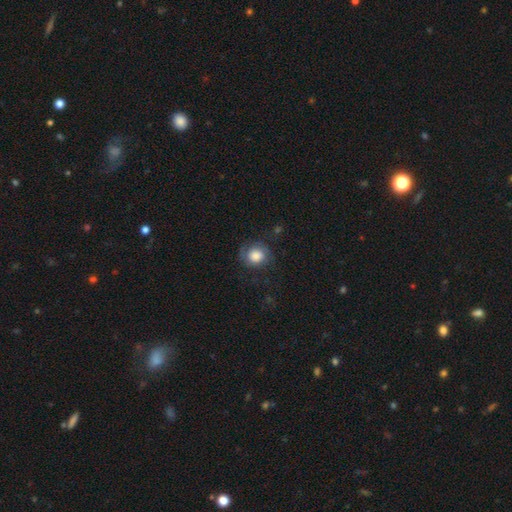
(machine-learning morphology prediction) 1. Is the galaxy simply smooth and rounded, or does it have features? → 71% smooth, 20% featured or disk, 9% star or artifact.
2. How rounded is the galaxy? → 83% round, 16% in between, 1% cigar-shaped.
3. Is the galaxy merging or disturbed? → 66% none, 21% minor disturbance, 12% major disturbance, 2% merger.